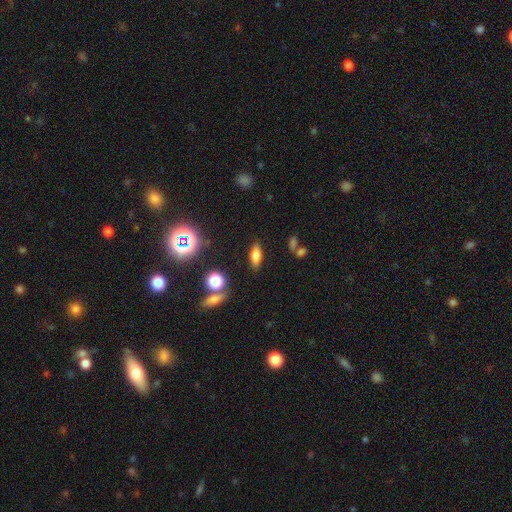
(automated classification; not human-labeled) The model was most divided on "how rounded": in between: 74%, cigar-shaped: 20%, round: 5%. More confident: merging — none (83%); smooth or featured — smooth (73%).